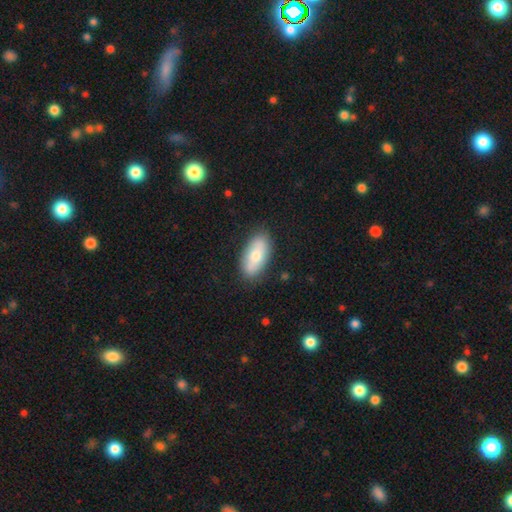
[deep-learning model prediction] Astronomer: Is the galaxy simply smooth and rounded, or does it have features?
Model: smooth — 65%.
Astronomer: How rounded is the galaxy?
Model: in between — 89%.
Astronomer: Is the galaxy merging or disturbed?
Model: none — 84%.